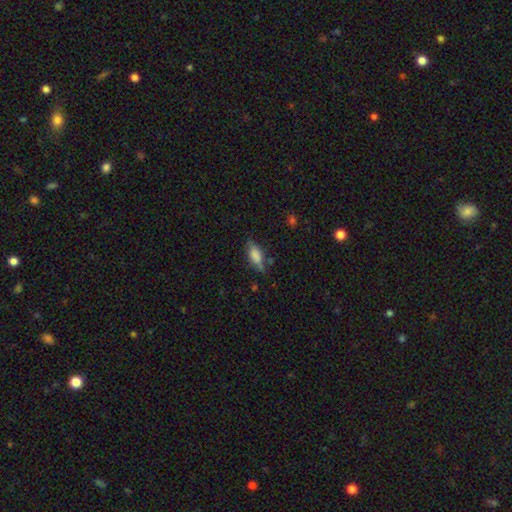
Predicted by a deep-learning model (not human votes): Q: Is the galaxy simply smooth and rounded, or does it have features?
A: smooth — 73%.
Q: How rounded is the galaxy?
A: in between — 72%.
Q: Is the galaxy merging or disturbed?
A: none — 62%.